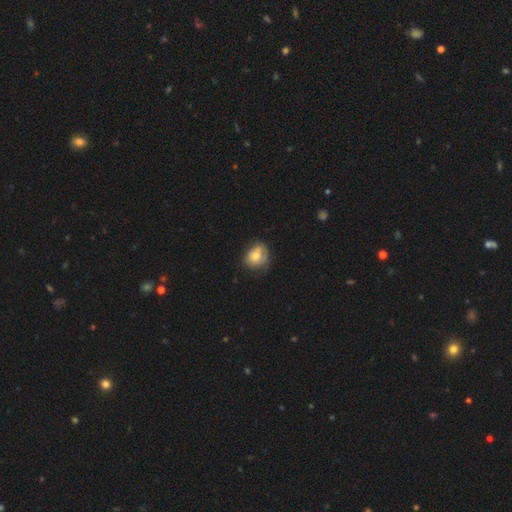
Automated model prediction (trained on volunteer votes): Overall: smooth (69%). How rounded: round (57%; in between 42%). Merging: none (52%; minor disturbance 32%).